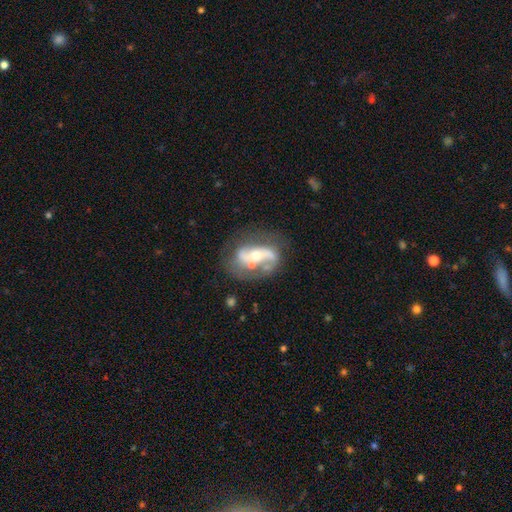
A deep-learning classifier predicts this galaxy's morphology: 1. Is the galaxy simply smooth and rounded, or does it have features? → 76% featured or disk, 16% smooth, 8% star or artifact.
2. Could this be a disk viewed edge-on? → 94% no, 6% yes.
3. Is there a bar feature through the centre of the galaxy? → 54% no, 26% weak, 20% strong.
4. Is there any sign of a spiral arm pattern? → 70% yes, 30% no.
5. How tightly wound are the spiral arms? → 42% loose, 36% medium, 22% tight.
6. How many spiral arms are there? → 65% 2, 15% can't tell, 15% 1, 3% 3, 1% 4, 1% more than 4.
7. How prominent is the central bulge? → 54% moderate, 38% small, 4% large, 2% none, 1% dominant.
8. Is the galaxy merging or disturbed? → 47% none, 19% minor disturbance, 18% merger, 17% major disturbance.